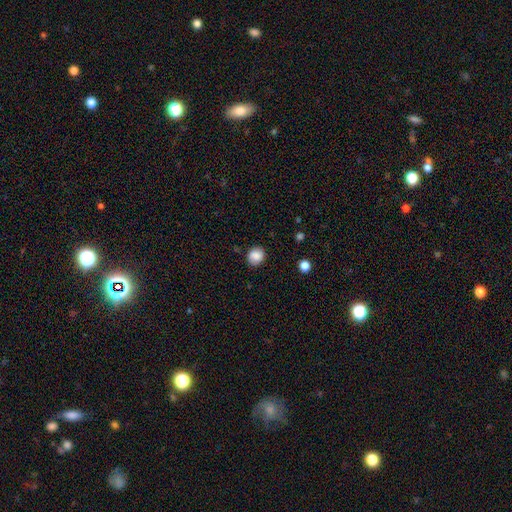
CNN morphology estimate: The model was most divided on "how rounded": round: 75%, in between: 24%, cigar-shaped: 1%. More confident: smooth or featured — smooth (84%); merging — none (83%).